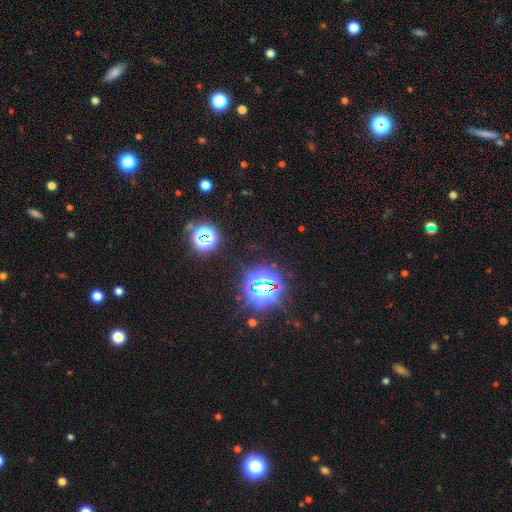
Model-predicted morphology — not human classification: This appears to be a star or artifact, not a galaxy (74%).